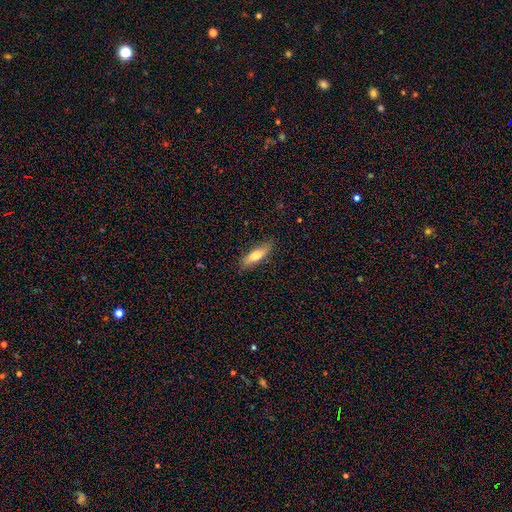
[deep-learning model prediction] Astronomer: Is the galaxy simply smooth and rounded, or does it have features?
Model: smooth — 70%.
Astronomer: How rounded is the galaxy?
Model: cigar-shaped — 54% (runner-up: in between, 44%).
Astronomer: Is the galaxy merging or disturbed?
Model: none — 85%.